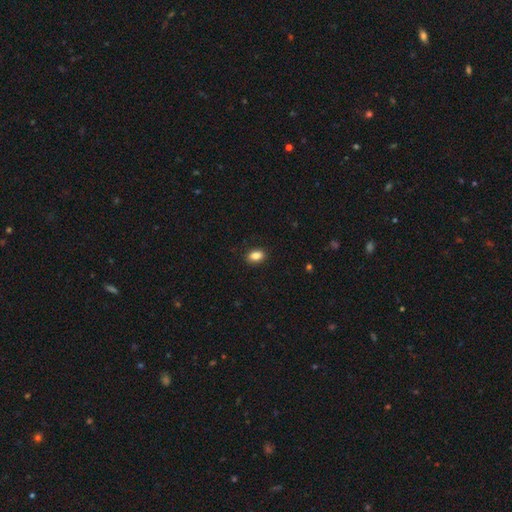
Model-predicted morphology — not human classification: Smooth or featured?
  - smooth: 86% *
  - star or artifact: 9%
  - featured or disk: 5%
How rounded?
  - in between: 84% *
  - round: 14%
  - cigar-shaped: 2%
Merging?
  - none: 88% *
  - minor disturbance: 9%
  - major disturbance: 2%
  - merger: 1%